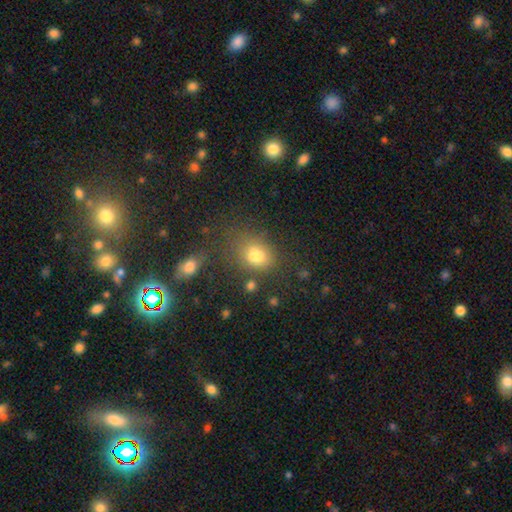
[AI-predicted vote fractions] smooth_or_featured: smooth (p=0.74) [alt: star or artifact p=0.16]
how_rounded: in between (p=0.60) [alt: round p=0.38]
merging: none (p=0.62) [alt: minor disturbance p=0.18]